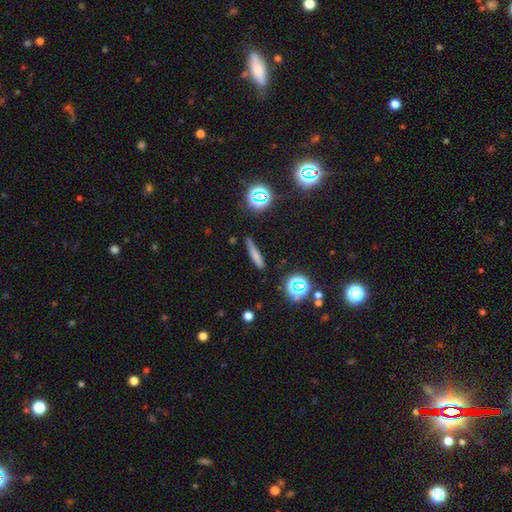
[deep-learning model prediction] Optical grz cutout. It shows a smooth galaxy with no disk features (67%) that is cigar-shaped (88%). Merging: none (80%).